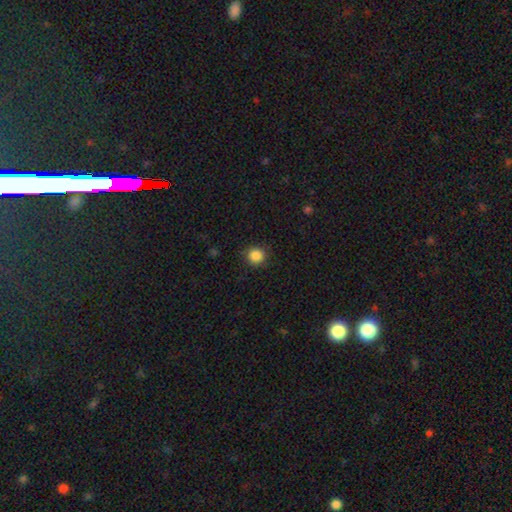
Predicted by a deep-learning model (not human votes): smooth_or_featured: smooth (p=0.86) [alt: star or artifact p=0.11]
how_rounded: round (p=0.93) [alt: in between p=0.06]
merging: none (p=0.89) [alt: minor disturbance p=0.08]